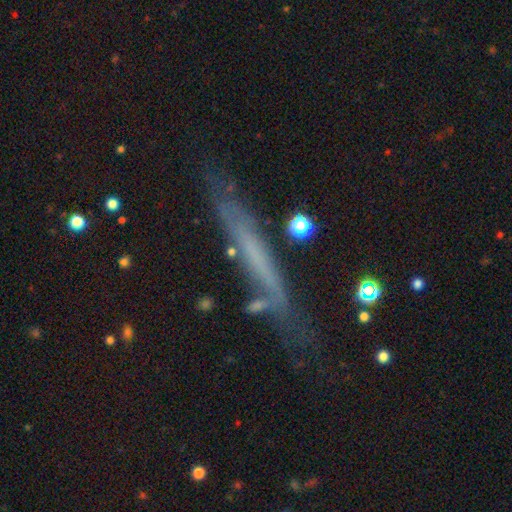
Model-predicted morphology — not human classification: type=featured or disk (53%); edge-on=yes (79%); merging=none (69%).